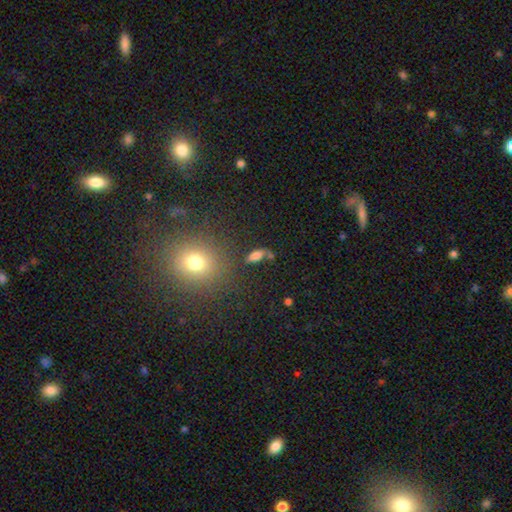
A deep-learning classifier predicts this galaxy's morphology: The model was most divided on "merging": none: 61%, minor disturbance: 18%, major disturbance: 11%, merger: 10%. More confident: how rounded — in between (76%); smooth or featured — smooth (73%).